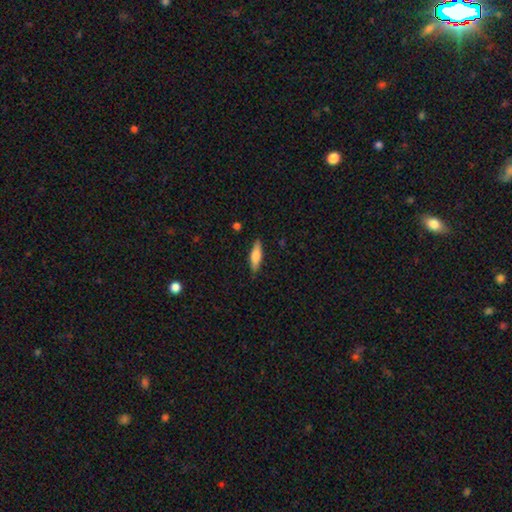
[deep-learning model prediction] Smooth or featured?
  - smooth: 69% *
  - featured or disk: 24%
  - star or artifact: 6%
How rounded?
  - cigar-shaped: 58% *
  - in between: 40%
  - round: 2%
Merging?
  - none: 86% *
  - minor disturbance: 11%
  - major disturbance: 2%
  - merger: 1%